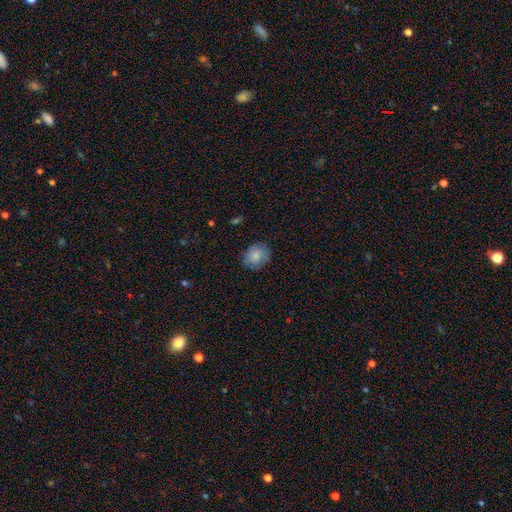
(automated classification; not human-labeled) Overall: smooth (82%). How rounded: round (60%; in between 39%). Merging: none (79%).